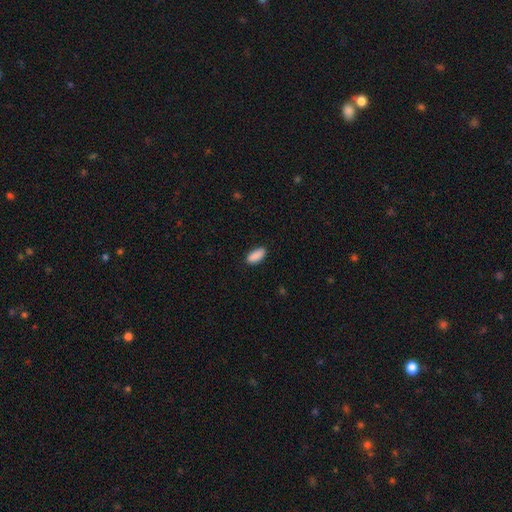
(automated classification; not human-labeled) Q: Smooth or featured?
A: smooth (90%); runner-up: star or artifact (7%)
Q: How rounded?
A: in between (89%); runner-up: cigar-shaped (9%)
Q: Merging?
A: none (86%); runner-up: minor disturbance (10%)